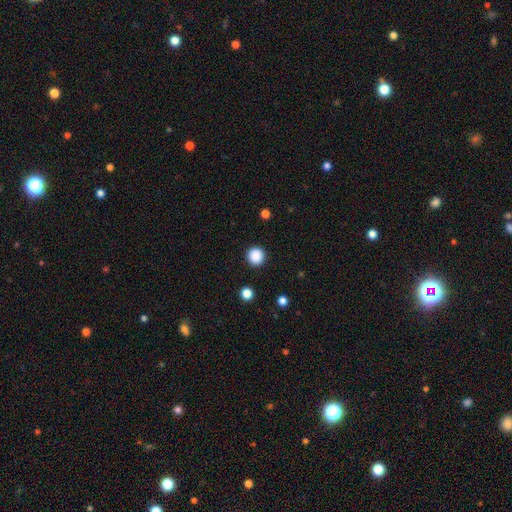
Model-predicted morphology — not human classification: Smooth or featured?
  - smooth: 88% *
  - star or artifact: 10%
  - featured or disk: 2%
How rounded?
  - round: 94% *
  - in between: 5%
  - cigar-shaped: 1%
Merging?
  - none: 92% *
  - minor disturbance: 5%
  - major disturbance: 2%
  - merger: 1%